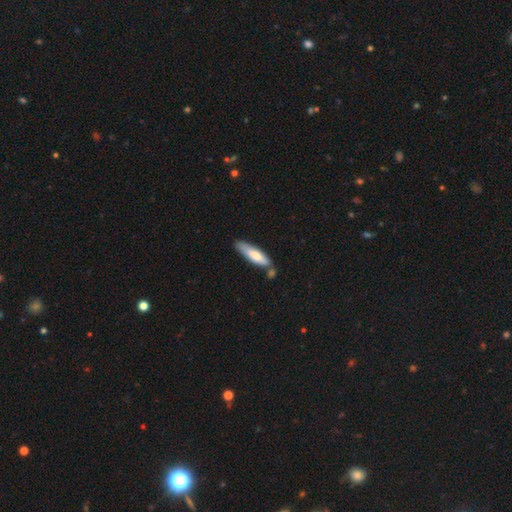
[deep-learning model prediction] This appears to be a smooth galaxy with no disk features (69%) that is cigar-shaped (69%). Merging: none (61%).